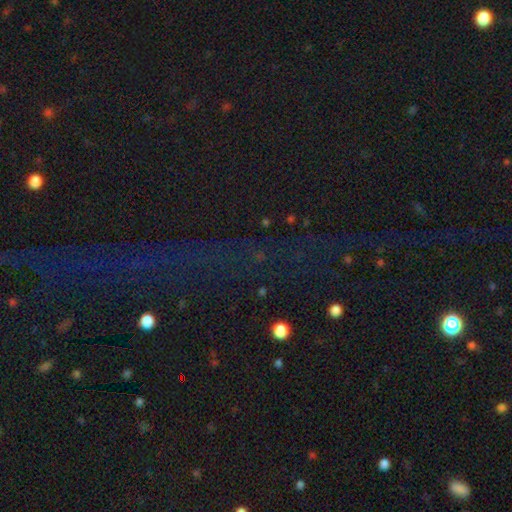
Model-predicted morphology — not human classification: The model was most divided on "smooth or featured": star or artifact: 75%, smooth: 14%, featured or disk: 11%.